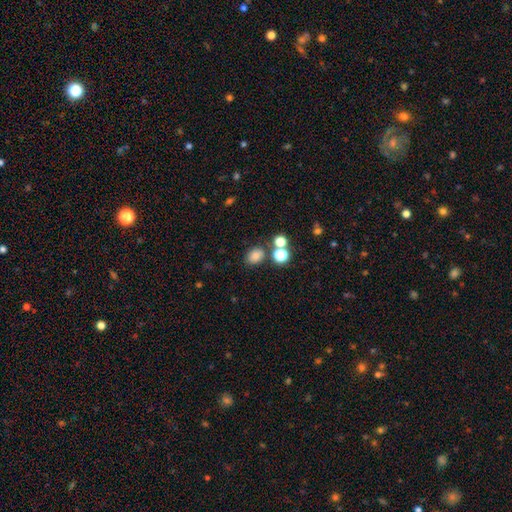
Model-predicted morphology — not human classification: smooth-or-featured: smooth: 77% | star or artifact: 16% | featured or disk: 7%
  how-rounded: in between: 56% | round: 43% | cigar-shaped: 1%
  merging: none: 73% | merger: 12% | minor disturbance: 10% | major disturbance: 4%